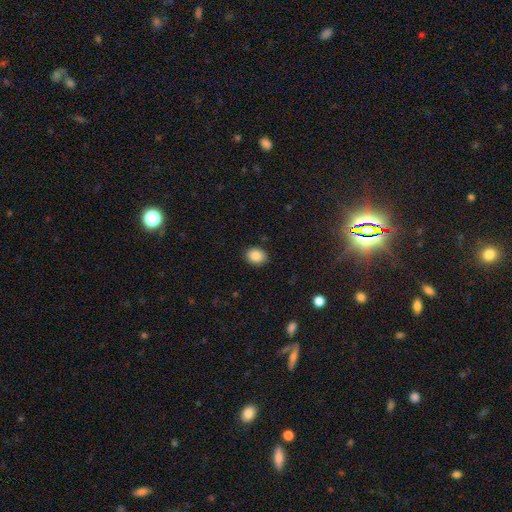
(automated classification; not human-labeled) This is clearly a smooth galaxy (87%). How rounded: possibly in between (53%). Merging: clearly none (89%).